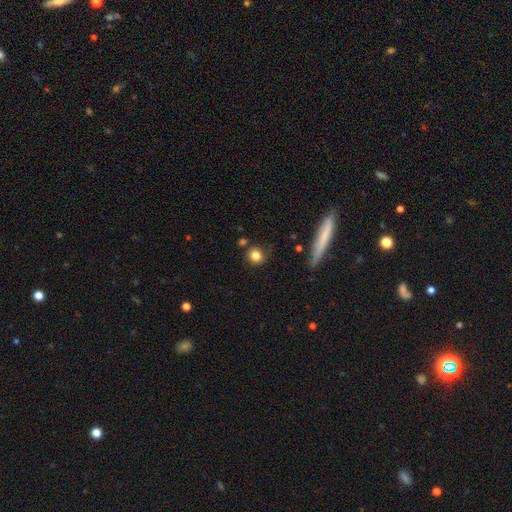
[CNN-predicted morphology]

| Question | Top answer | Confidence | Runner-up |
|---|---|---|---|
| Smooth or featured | smooth | 82% | star or artifact (10%) |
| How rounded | round | 86% | in between (12%) |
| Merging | none | 77% | minor disturbance (14%) |